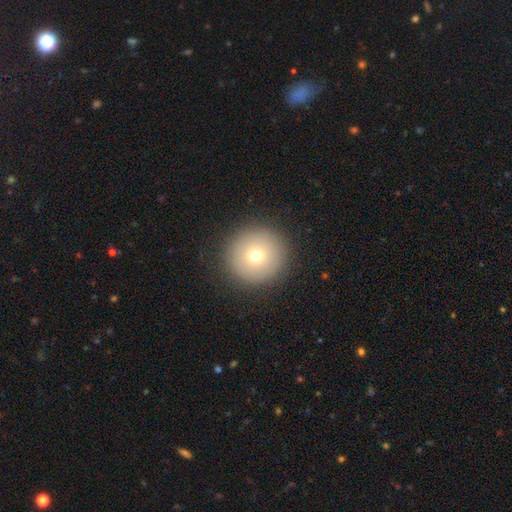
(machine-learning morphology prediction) smooth-or-featured: smooth: 71% | featured or disk: 16% | star or artifact: 13%
  how-rounded: round: 96% | in between: 3% | cigar-shaped: 1%
  merging: none: 91% | minor disturbance: 5% | major disturbance: 2% | merger: 1%